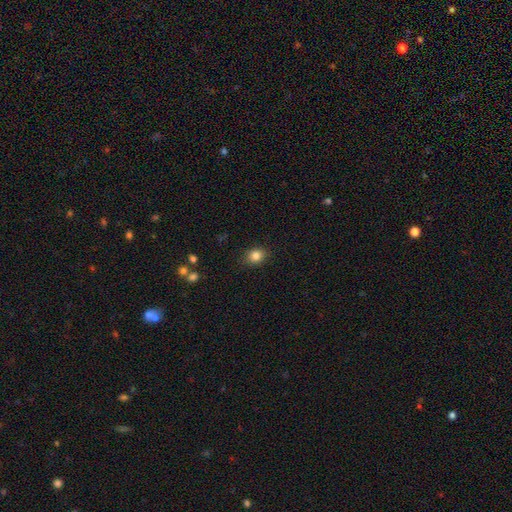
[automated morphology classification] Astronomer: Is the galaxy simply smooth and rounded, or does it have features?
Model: smooth — 84%.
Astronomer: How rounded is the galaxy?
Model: round — 55% (runner-up: in between, 44%).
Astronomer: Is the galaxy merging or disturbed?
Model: none — 86%.